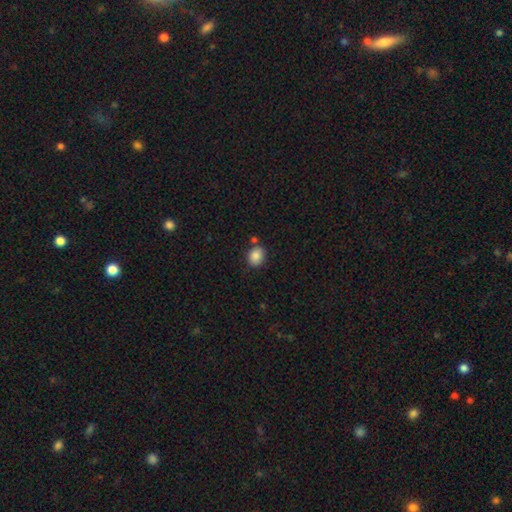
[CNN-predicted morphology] Smooth or featured? smooth (85%)
How rounded? round (52%)
Merging? none (77%)